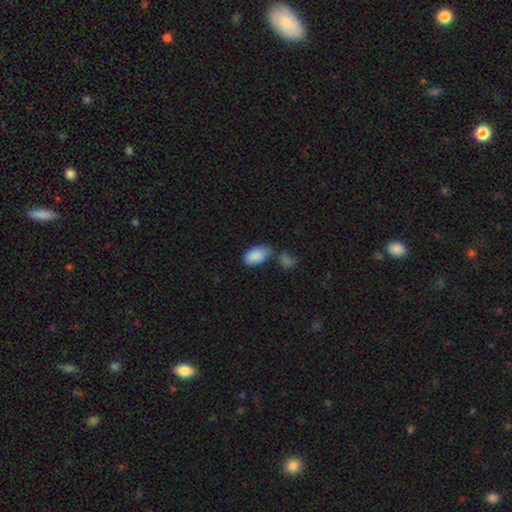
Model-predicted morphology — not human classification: This is clearly a smooth galaxy (88%). How rounded: clearly in between (95%). Merging: possibly none (51%).